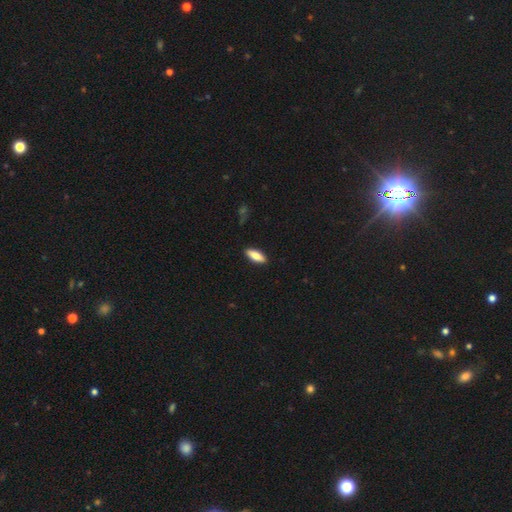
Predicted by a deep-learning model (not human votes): Smooth or featured: smooth — 76% (featured or disk — 18%)
How rounded: in between — 68% (cigar-shaped — 30%)
Merging: none — 90% (minor disturbance — 8%)